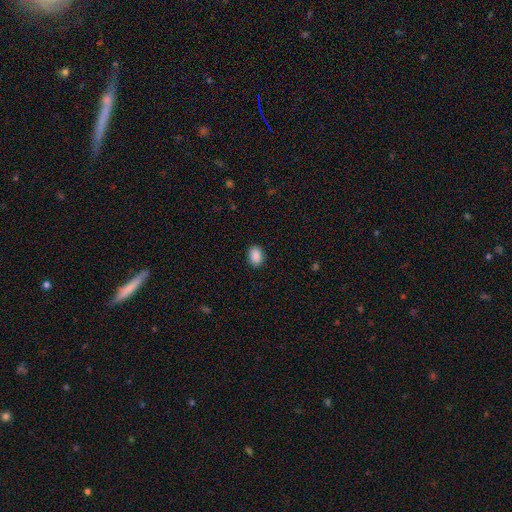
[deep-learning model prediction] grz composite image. It shows a smooth galaxy with no disk features (90%) that is in between round and cigar-shaped (76%). Merging: none (89%).